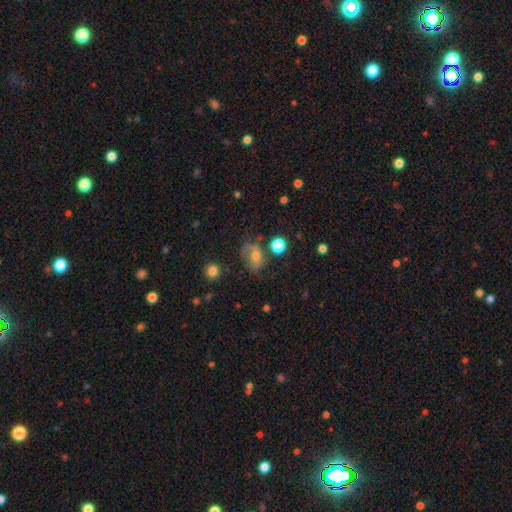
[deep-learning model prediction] This is possibly a smooth galaxy (48%). Merging: possibly none (52%).